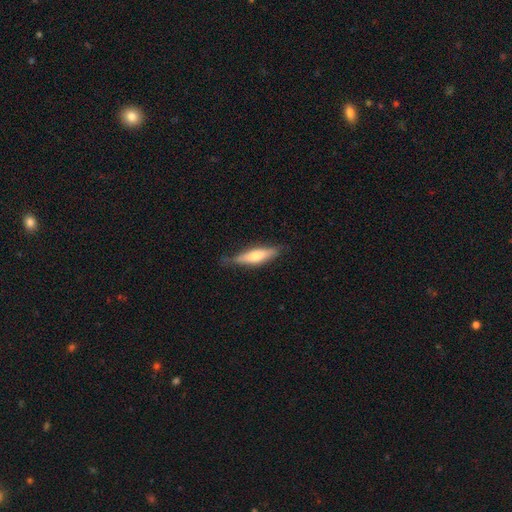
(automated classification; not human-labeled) smooth_or_featured: smooth (p=0.56) [alt: featured or disk p=0.38]
how_rounded: cigar-shaped (p=0.71) [alt: in between p=0.28]
merging: none (p=0.76) [alt: minor disturbance p=0.20]